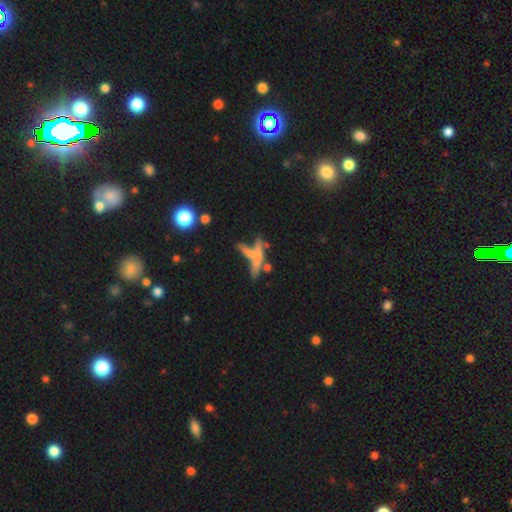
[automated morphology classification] Smooth or featured?
  - smooth: 46% *
  - featured or disk: 40%
  - star or artifact: 13%
Merging?
  - none: 41% *
  - merger: 37%
  - minor disturbance: 12%
  - major disturbance: 10%